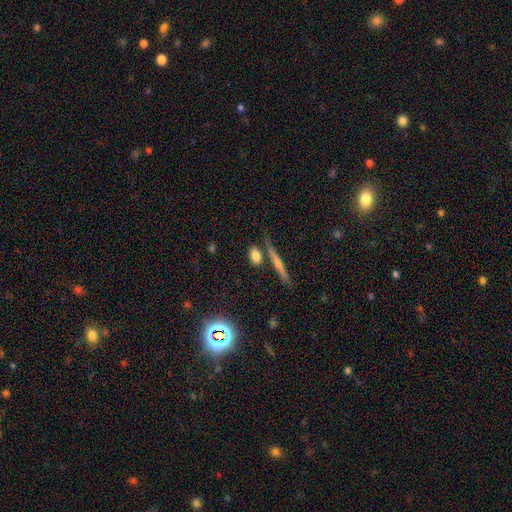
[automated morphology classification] A smooth galaxy with no disk features (77%) that is in between round and cigar-shaped (63%).

Vote fractions:
- Smooth or featured? smooth: 77% / featured or disk: 14% / star or artifact: 9%
- How rounded? in between: 63% / cigar-shaped: 21% / round: 17%
- Merging? none: 70% / minor disturbance: 13% / merger: 12% / major disturbance: 4%